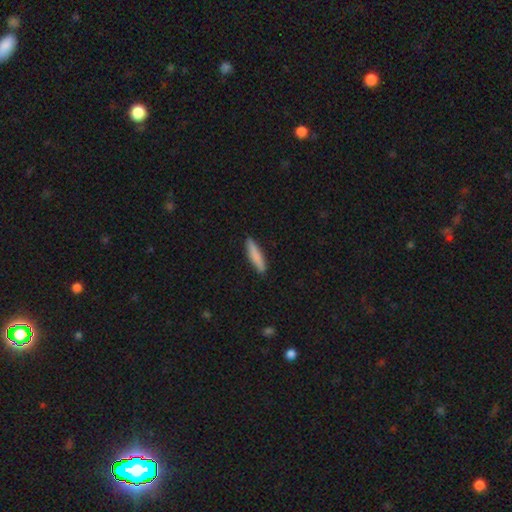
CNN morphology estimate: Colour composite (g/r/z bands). It shows a smooth galaxy with no disk features (83%) that is cigar-shaped (86%). Merging: none (89%).